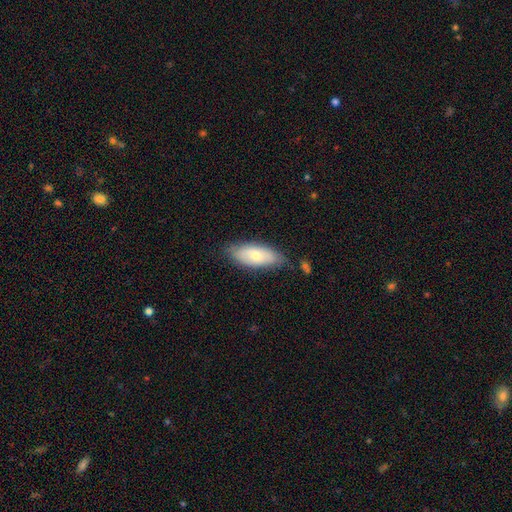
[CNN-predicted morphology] Smooth or featured? smooth (63%)
How rounded? in between (84%)
Merging? none (74%)